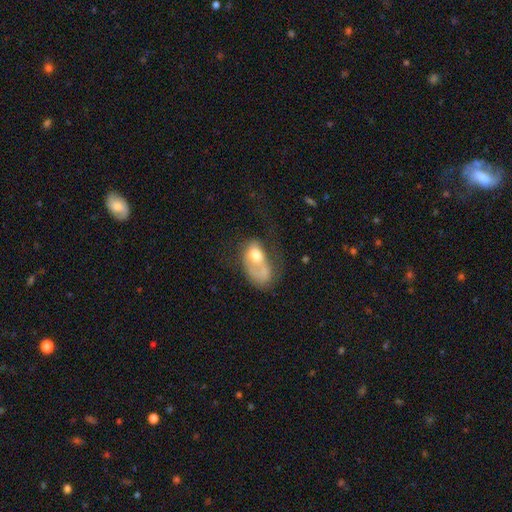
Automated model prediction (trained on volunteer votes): This is possibly a smooth galaxy (53%). How rounded: clearly in between (86%). Merging: marginally major disturbance (45%).